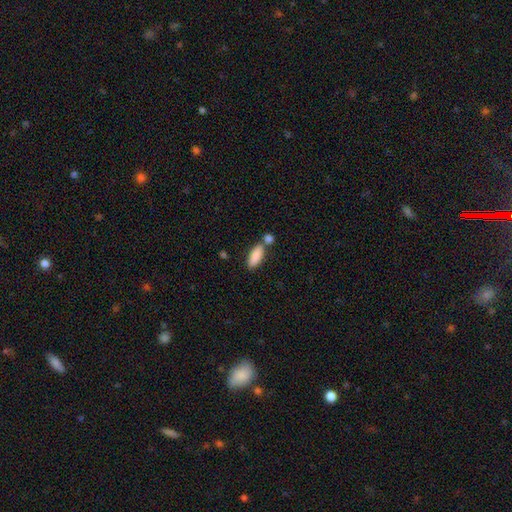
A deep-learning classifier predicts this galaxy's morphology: Overall: smooth (87%). How rounded: in between (76%). Merging: none (58%; merger 27%).